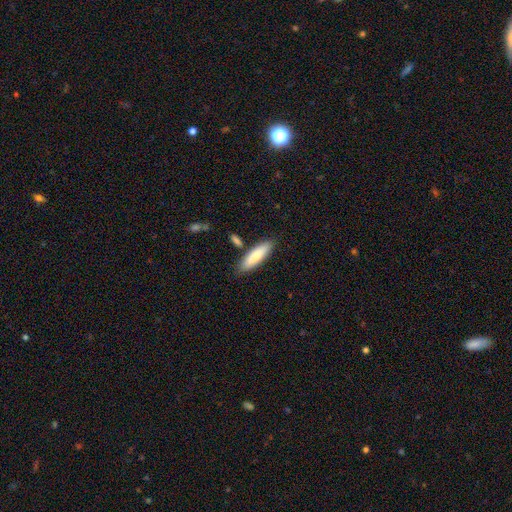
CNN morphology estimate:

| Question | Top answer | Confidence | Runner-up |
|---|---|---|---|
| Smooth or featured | smooth | 81% | featured or disk (14%) |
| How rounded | cigar-shaped | 56% | in between (43%) |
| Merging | none | 81% | minor disturbance (11%) |